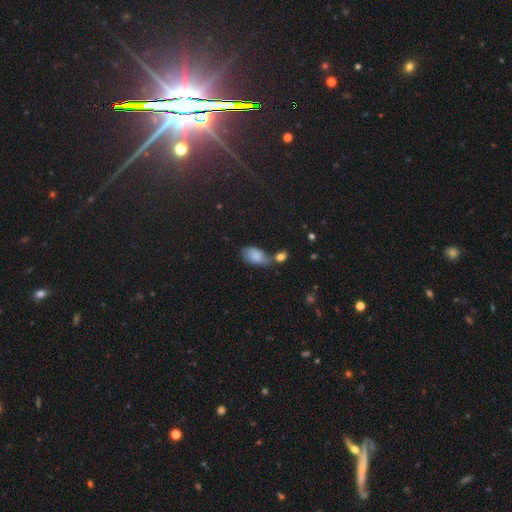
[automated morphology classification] smooth-or-featured: smooth: 80% | star or artifact: 10% | featured or disk: 10%
  how-rounded: in between: 93% | round: 5% | cigar-shaped: 2%
  merging: none: 45% | merger: 25% | minor disturbance: 22% | major disturbance: 8%